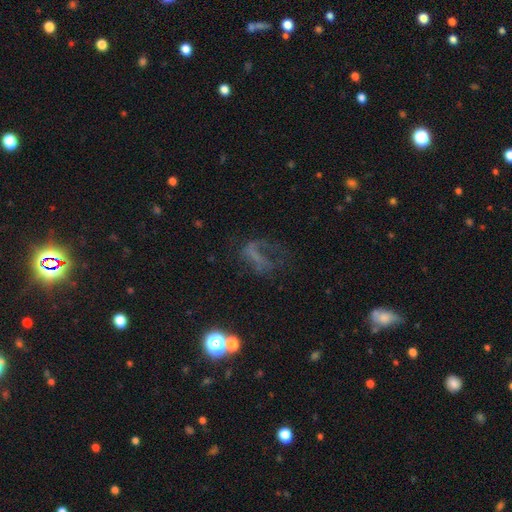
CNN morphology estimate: This appears to be a featured or disk galaxy (44%). Merging: major disturbance (43%).